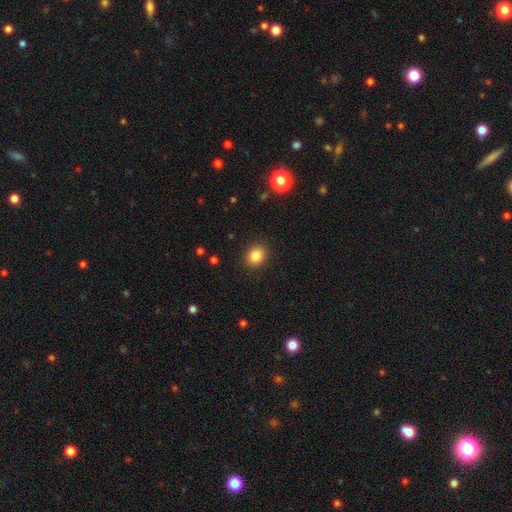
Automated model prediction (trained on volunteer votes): The model was most divided on "how rounded": round: 65%, in between: 34%, cigar-shaped: 1%. More confident: merging — none (90%); smooth or featured — smooth (84%).